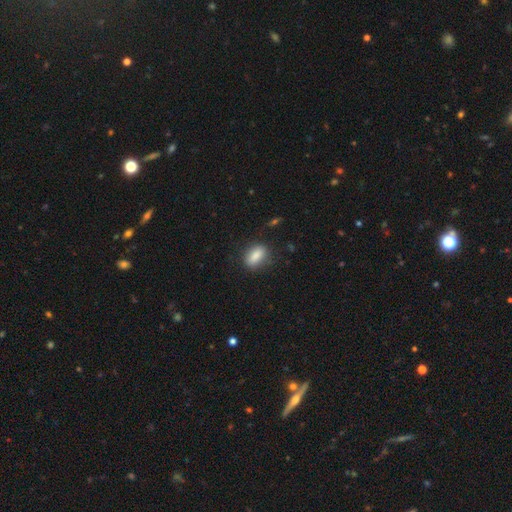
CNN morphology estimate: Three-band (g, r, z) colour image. It shows a smooth galaxy with no disk features (85%) that is in between round and cigar-shaped (82%). Merging: none (81%).